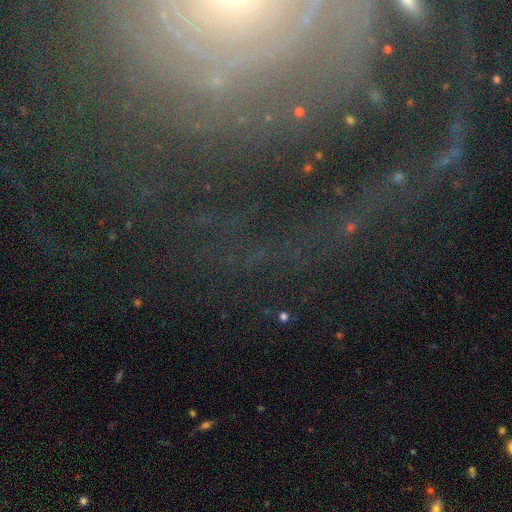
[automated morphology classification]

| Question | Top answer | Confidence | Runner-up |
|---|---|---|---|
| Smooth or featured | featured or disk | 51% | star or artifact (34%) |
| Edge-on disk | no | 85% | yes (15%) |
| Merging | none | 64% | major disturbance (16%) |